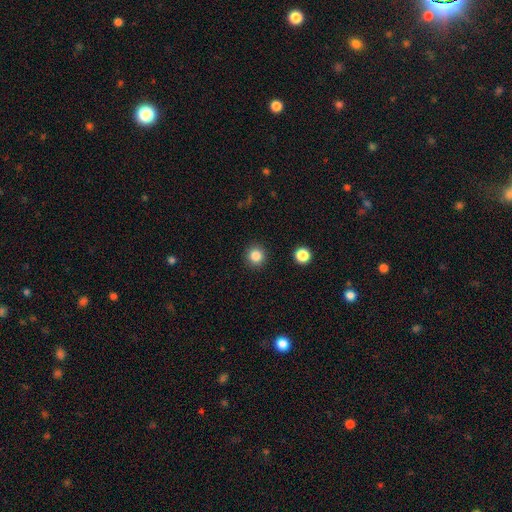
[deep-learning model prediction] Smooth or featured? Predicted: smooth (p=0.84). How rounded? Predicted: round (p=0.94). Merging? Predicted: none (p=0.92).